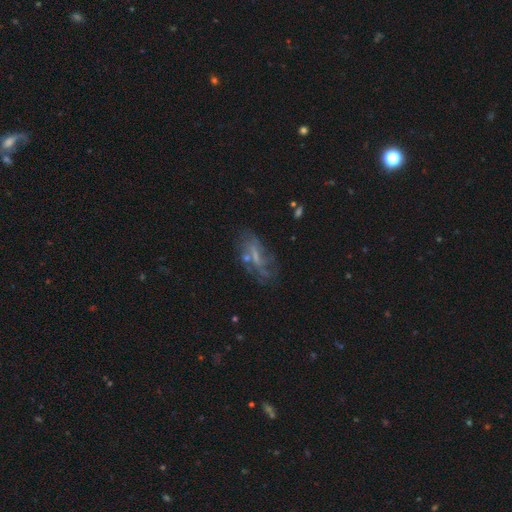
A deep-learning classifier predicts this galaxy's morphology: This is possibly a featured or disk galaxy (60%). It is clearly not viewed edge-on (86%). Bar: marginally no (42%). Spiral arm pattern: likely yes (61%). Central bulge: marginally small (43%). Merging: possibly none (55%).